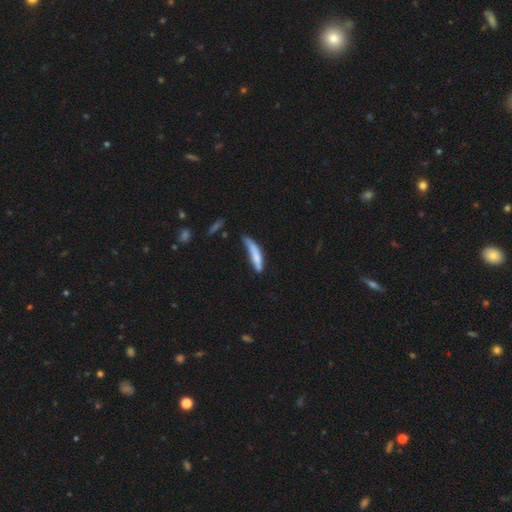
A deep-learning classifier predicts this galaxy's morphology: Smooth or featured: smooth — 72% (featured or disk — 21%)
How rounded: cigar-shaped — 83% (in between — 16%)
Merging: none — 37% (minor disturbance — 36%)